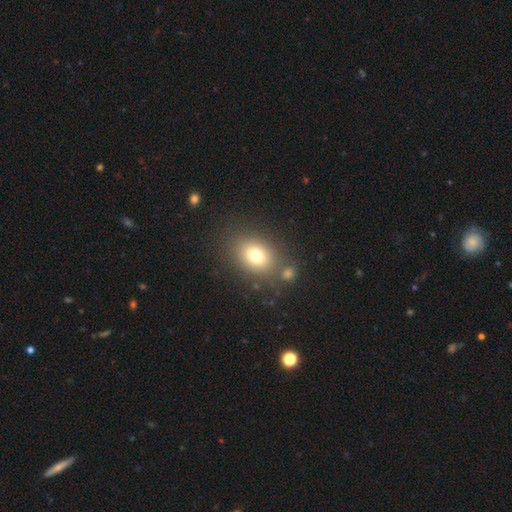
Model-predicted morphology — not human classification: This is likely a smooth galaxy (75%). How rounded: possibly in between (58%). Merging: likely none (75%).